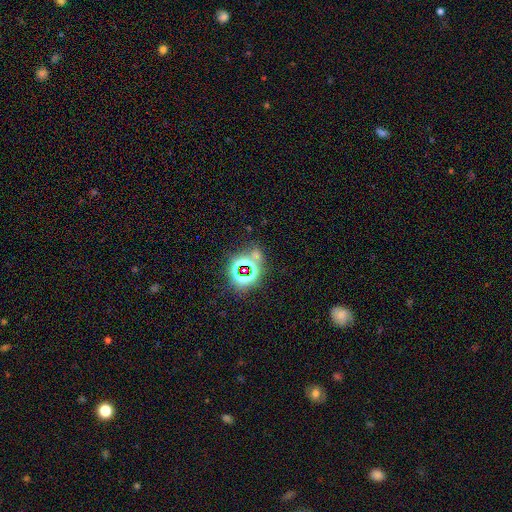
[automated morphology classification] type=star or artifact (67%).